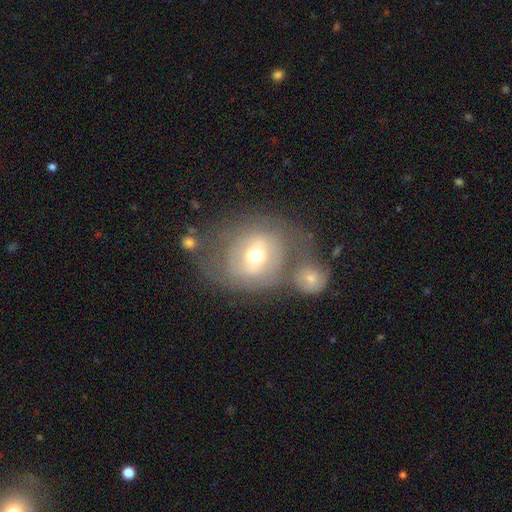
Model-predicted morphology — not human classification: featured or disk 47%, smooth 44%, star or artifact 9%. Down the decision tree: merging — none (40%).